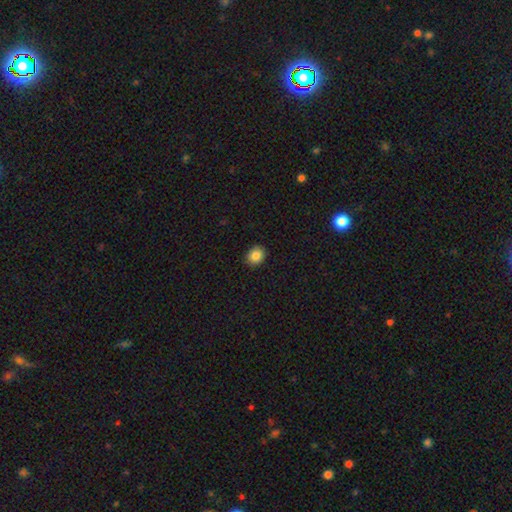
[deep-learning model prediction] Smooth or featured?
  - smooth: 85% *
  - star or artifact: 10%
  - featured or disk: 5%
How rounded?
  - round: 61% *
  - in between: 38%
  - cigar-shaped: 1%
Merging?
  - none: 91% *
  - minor disturbance: 6%
  - major disturbance: 2%
  - merger: 1%